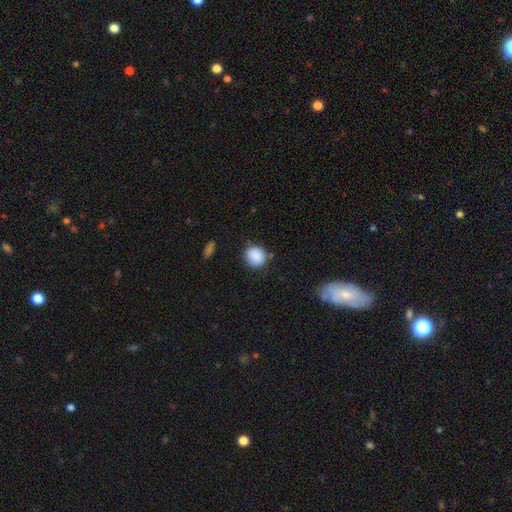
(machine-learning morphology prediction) Smooth or featured: smooth — 87% (star or artifact — 8%)
How rounded: round — 81% (in between — 18%)
Merging: none — 75% (minor disturbance — 17%)